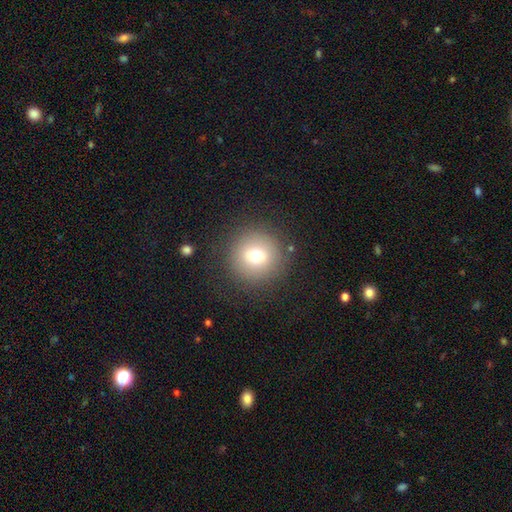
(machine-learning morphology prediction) smooth-or-featured: smooth: 73% | featured or disk: 14% | star or artifact: 13%
  how-rounded: round: 95% | in between: 4% | cigar-shaped: 1%
  merging: none: 87% | minor disturbance: 7% | major disturbance: 4% | merger: 2%